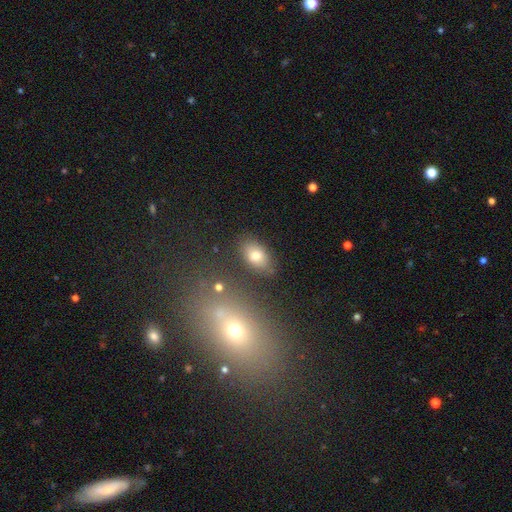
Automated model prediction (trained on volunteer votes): Smooth or featured?
  - smooth: 77% *
  - featured or disk: 12%
  - star or artifact: 11%
How rounded?
  - in between: 88% *
  - round: 10%
  - cigar-shaped: 2%
Merging?
  - none: 80% *
  - minor disturbance: 13%
  - merger: 4%
  - major disturbance: 4%